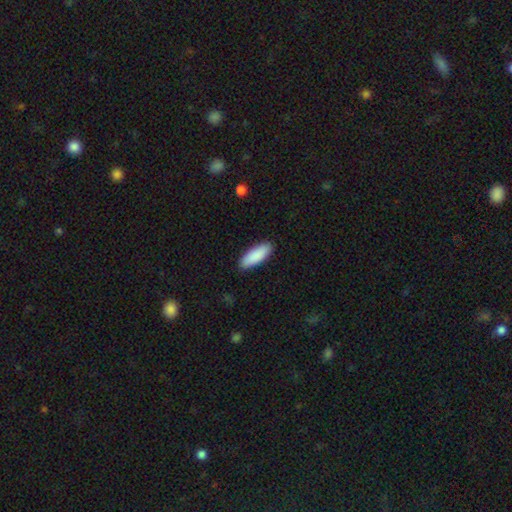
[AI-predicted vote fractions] The model was most divided on "how rounded": in between: 67%, cigar-shaped: 31%, round: 2%. More confident: smooth or featured — smooth (90%); merging — none (88%).